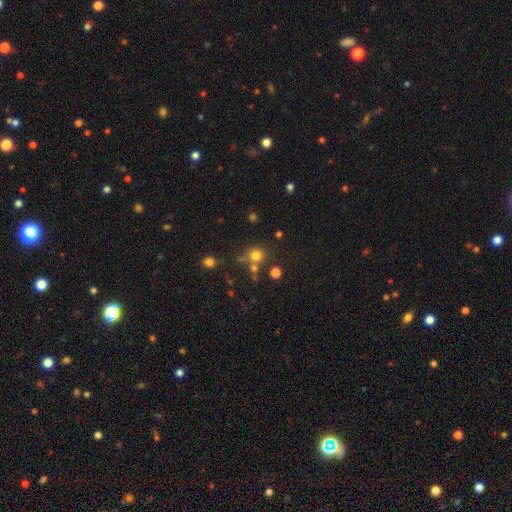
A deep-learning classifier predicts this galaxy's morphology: The model was most divided on "merging": none: 65%, merger: 21%, minor disturbance: 10%, major disturbance: 5%. More confident: how rounded — round (89%); smooth or featured — smooth (74%).